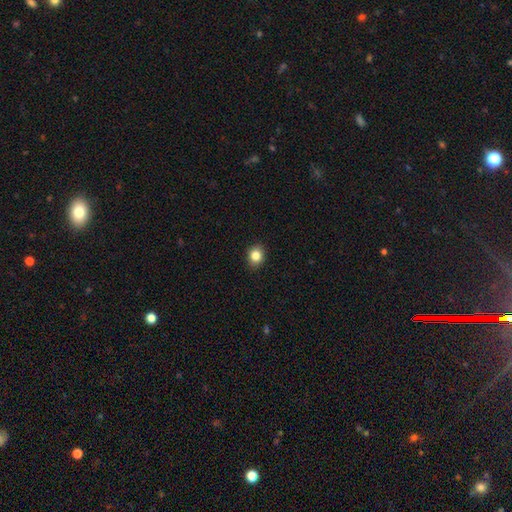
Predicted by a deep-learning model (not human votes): A smooth galaxy with no disk features (84%) that is round (62%). Merging: none (90%).